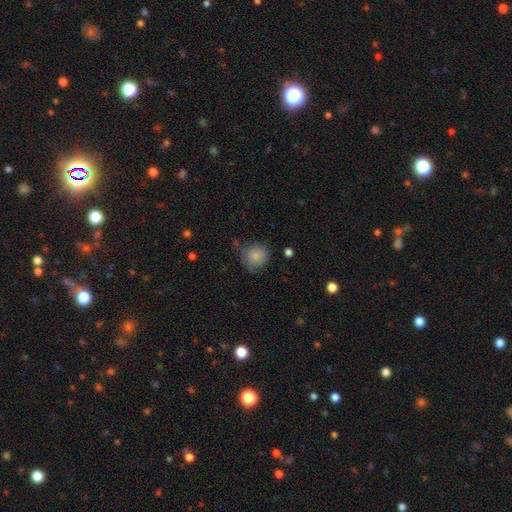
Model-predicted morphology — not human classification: A smooth galaxy with no disk features (84%) that is round (87%).

Vote fractions:
- Smooth or featured? smooth: 84% / star or artifact: 9% / featured or disk: 8%
- How rounded? round: 87% / in between: 12% / cigar-shaped: 1%
- Merging? none: 60% / minor disturbance: 29% / major disturbance: 8% / merger: 4%